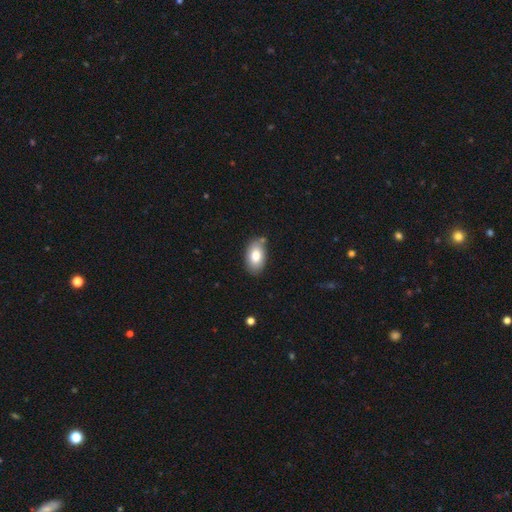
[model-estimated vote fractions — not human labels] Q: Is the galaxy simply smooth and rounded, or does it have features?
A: smooth — 80%.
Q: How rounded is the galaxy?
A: in between — 93%.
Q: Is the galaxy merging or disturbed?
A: none — 77%.